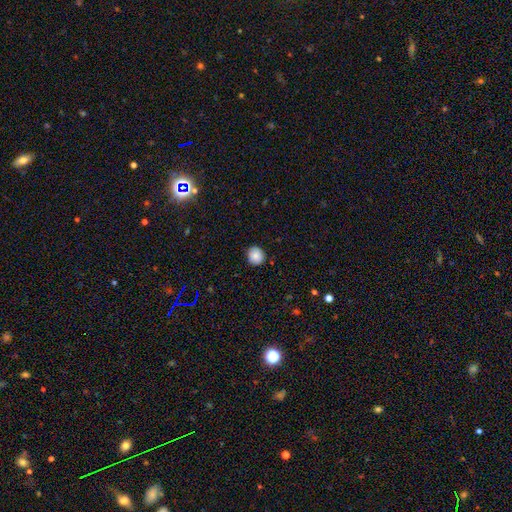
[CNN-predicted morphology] Smooth or featured: smooth — 84% (star or artifact — 9%)
How rounded: round — 86% (in between — 13%)
Merging: none — 87% (minor disturbance — 10%)